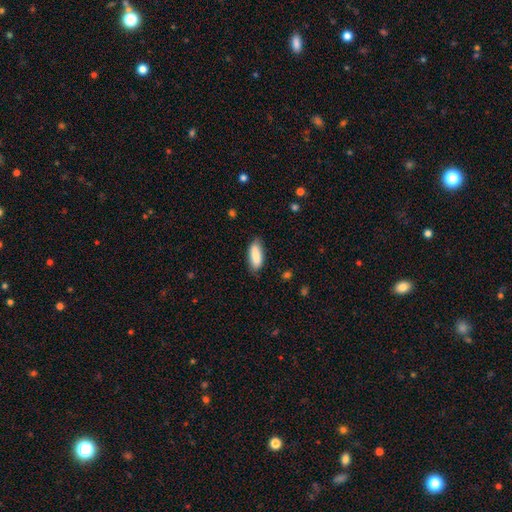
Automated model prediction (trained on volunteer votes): This appears to be a smooth galaxy with no disk features (85%) that is in between round and cigar-shaped (74%). Merging: none (77%).